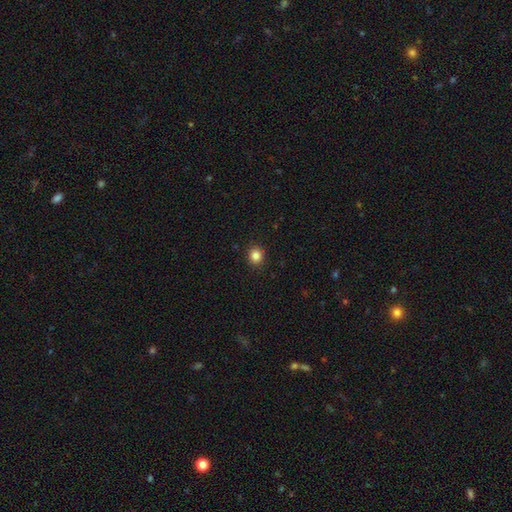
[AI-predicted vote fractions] The model was most divided on "how rounded": round: 84%, in between: 15%, cigar-shaped: 1%. More confident: merging — none (91%); smooth or featured — smooth (85%).